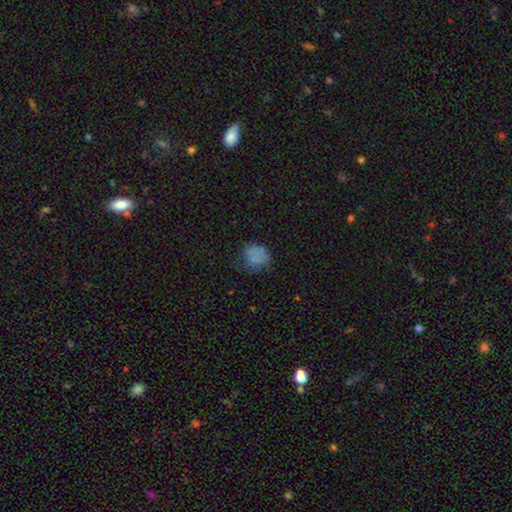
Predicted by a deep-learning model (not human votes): Smooth or featured? Predicted: smooth (p=0.73). How rounded? Predicted: round (p=0.73). Merging? Predicted: none (p=0.50).